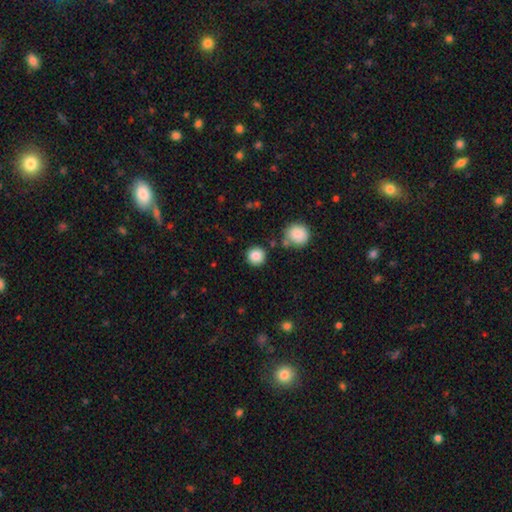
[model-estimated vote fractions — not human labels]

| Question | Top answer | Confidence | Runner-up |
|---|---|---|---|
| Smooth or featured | smooth | 87% | star or artifact (9%) |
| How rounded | round | 93% | in between (6%) |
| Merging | none | 84% | minor disturbance (8%) |